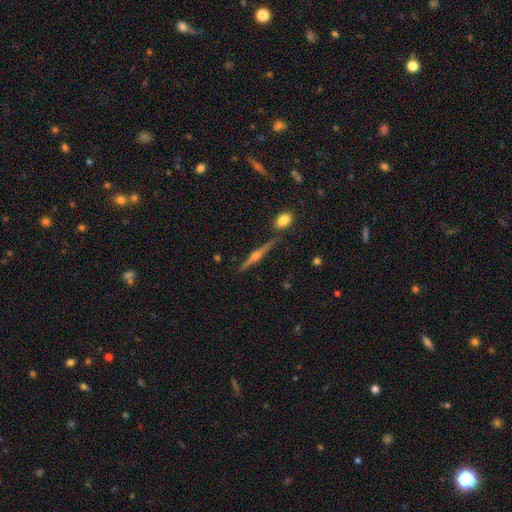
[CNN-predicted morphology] Smooth or featured?
  - featured or disk: 80% *
  - smooth: 13%
  - star or artifact: 7%
Edge-on disk?
  - yes: 98% *
  - no: 2%
Edge-on bulge?
  - rounded: 92% *
  - boxy: 4%
  - none: 3%
Merging?
  - none: 84% *
  - minor disturbance: 9%
  - merger: 5%
  - major disturbance: 2%